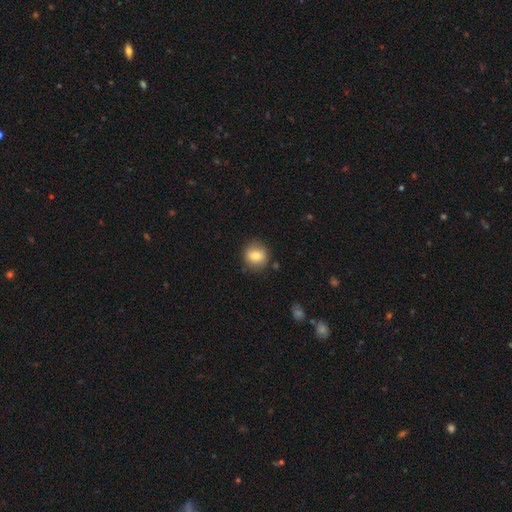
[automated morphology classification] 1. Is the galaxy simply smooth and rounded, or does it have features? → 78% smooth, 13% featured or disk, 9% star or artifact.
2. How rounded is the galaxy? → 85% round, 14% in between, 1% cigar-shaped.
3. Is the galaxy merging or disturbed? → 85% none, 10% minor disturbance, 3% major disturbance, 2% merger.